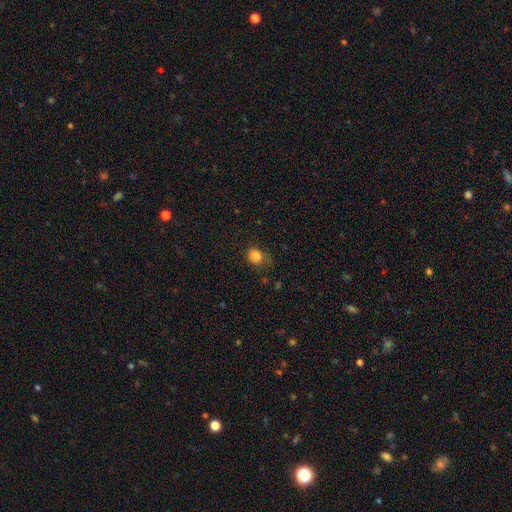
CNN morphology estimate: Overall: smooth (83%). How rounded: round (65%; in between 34%). Merging: none (62%; minor disturbance 26%).